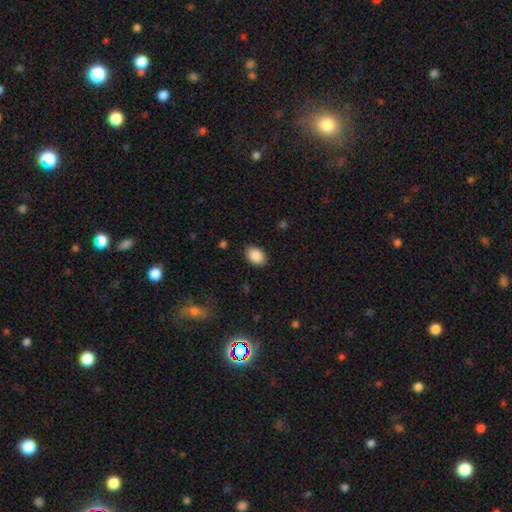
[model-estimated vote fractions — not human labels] smooth 89%, star or artifact 7%, featured or disk 4%. Down the decision tree: how rounded — in between (84%); merging — none (88%).